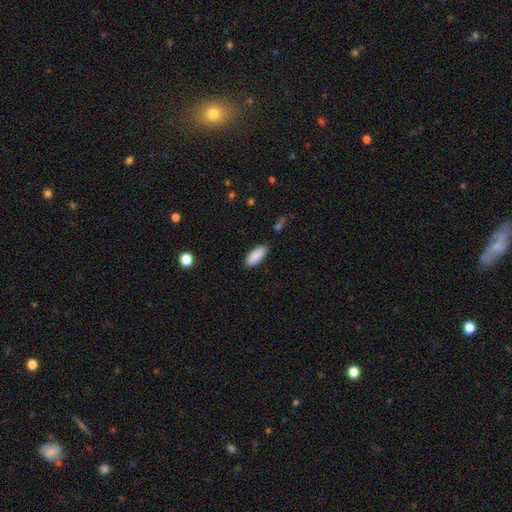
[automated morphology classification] The model was most divided on "how rounded": in between: 84%, cigar-shaped: 15%, round: 2%. More confident: smooth or featured — smooth (90%); merging — none (88%).